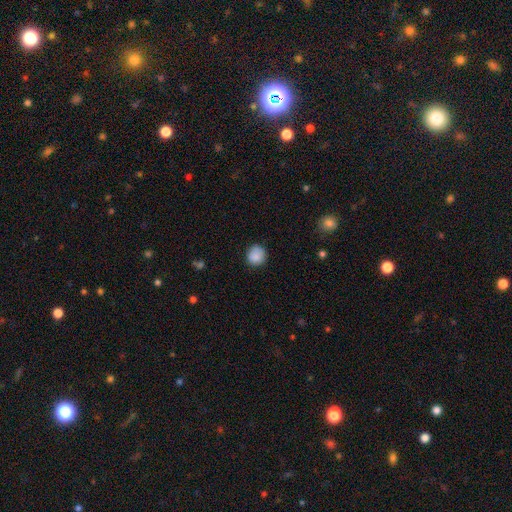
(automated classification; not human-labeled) This is clearly a smooth galaxy (87%). How rounded: clearly round (89%). Merging: clearly none (81%).